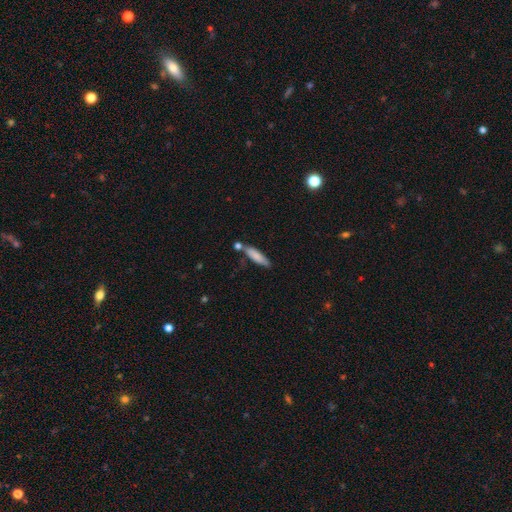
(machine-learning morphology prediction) smooth_or_featured: smooth (p=0.78) [alt: featured or disk p=0.15]
how_rounded: cigar-shaped (p=0.67) [alt: in between p=0.32]
merging: none (p=0.62) [alt: minor disturbance p=0.17]